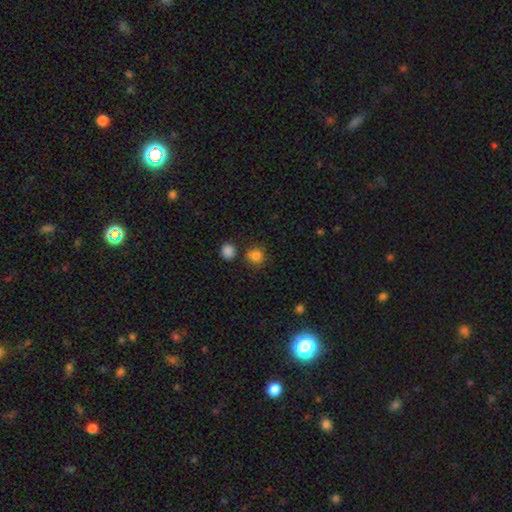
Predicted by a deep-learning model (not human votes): Morphology: type=smooth (80%); roundness=round (86%); merging=none (67%).